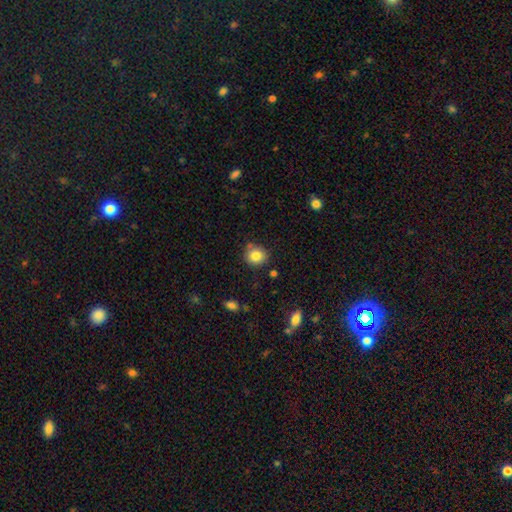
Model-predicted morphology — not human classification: Smooth or featured? Predicted: smooth (p=0.83). How rounded? Predicted: round (p=0.81). Merging? Predicted: none (p=0.80).